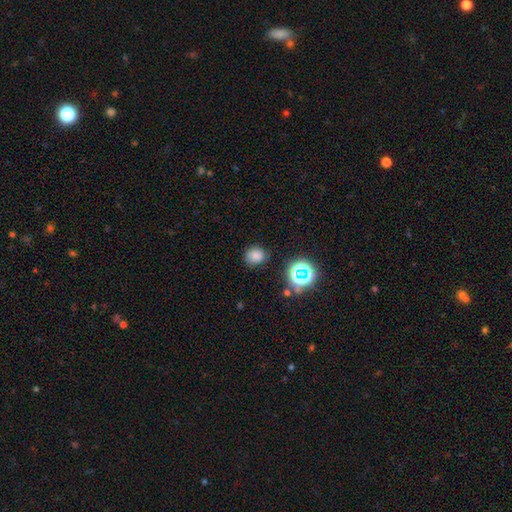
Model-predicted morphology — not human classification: Smooth or featured: smooth — 75% (star or artifact — 18%)
How rounded: round — 76% (in between — 23%)
Merging: none — 78% (minor disturbance — 16%)